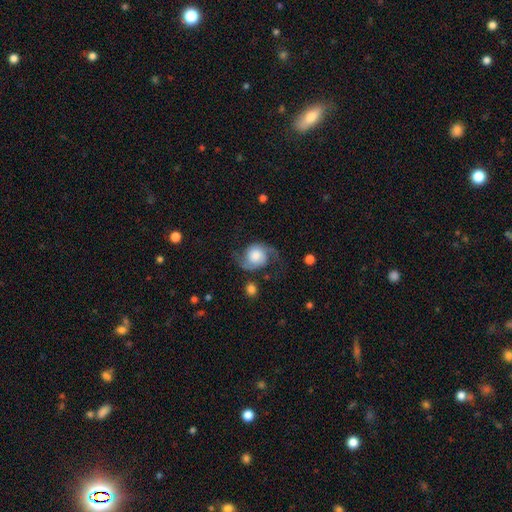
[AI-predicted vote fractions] A featured or disk galaxy (80%) with no bar (73%), 2 (93%) loose (52%) spiral arms (96%) and a large central bulge (34%).

Vote fractions:
- Smooth or featured? featured or disk: 80% / smooth: 14% / star or artifact: 6%
- Edge-on disk? no: 98% / yes: 2%
- Bar? no: 73% / weak: 22% / strong: 5%
- Spiral arms? yes: 96% / no: 4%
- Spiral winding? loose: 52% / medium: 38% / tight: 11%
- Spiral arm count? 2: 93% / 1: 2% / can't tell: 2% / 3: 1% / 4: 1% / more than 4: 1%
- Bulge size? large: 34% / moderate: 30% / small: 16% / dominant: 14% / none: 7%
- Merging? none: 69% / minor disturbance: 17% / major disturbance: 11% / merger: 2%